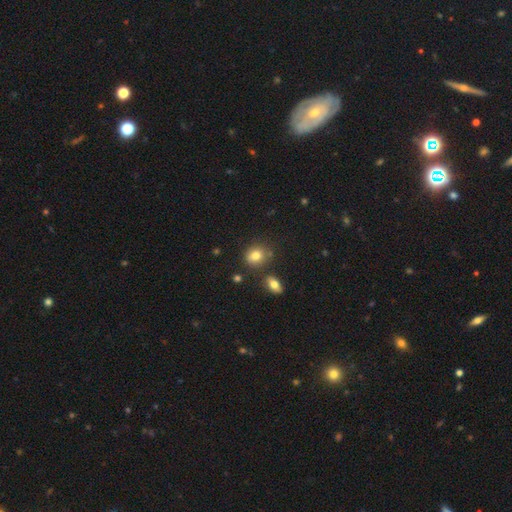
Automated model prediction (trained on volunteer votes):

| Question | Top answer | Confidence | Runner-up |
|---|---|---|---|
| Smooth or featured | smooth | 81% | star or artifact (11%) |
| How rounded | round | 59% | in between (39%) |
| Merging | none | 73% | minor disturbance (13%) |